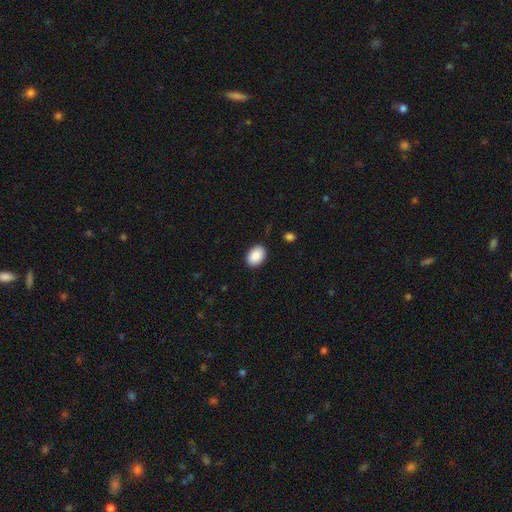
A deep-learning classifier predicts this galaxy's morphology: Q: Smooth or featured?
A: smooth (90%); runner-up: star or artifact (7%)
Q: How rounded?
A: in between (80%); runner-up: round (19%)
Q: Merging?
A: none (88%); runner-up: minor disturbance (9%)